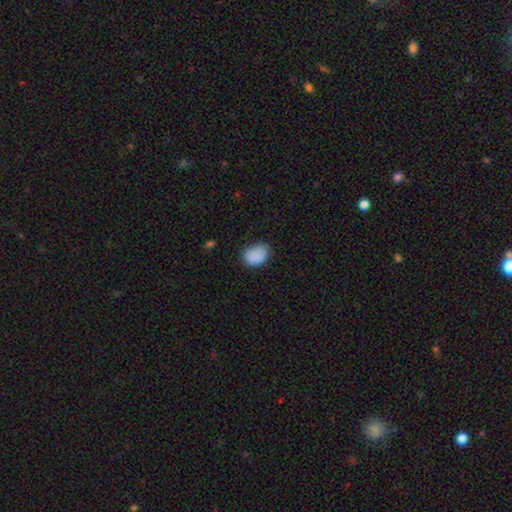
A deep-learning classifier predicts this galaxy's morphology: The model was most divided on "merging": none: 69%, minor disturbance: 25%, major disturbance: 5%, merger: 1%. More confident: smooth or featured — smooth (87%); how rounded — in between (73%).